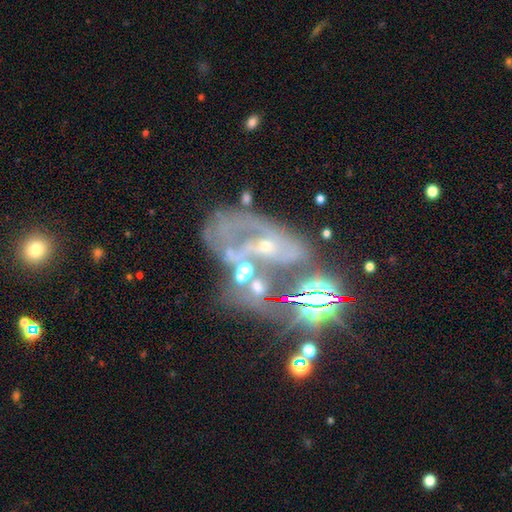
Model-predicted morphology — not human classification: Smooth or featured? featured or disk (65%)
Edge-on disk? no (95%)
Bar? no (53%)
Spiral arms? yes (68%)
Bulge size? small (70%)
Merging? none (30%)